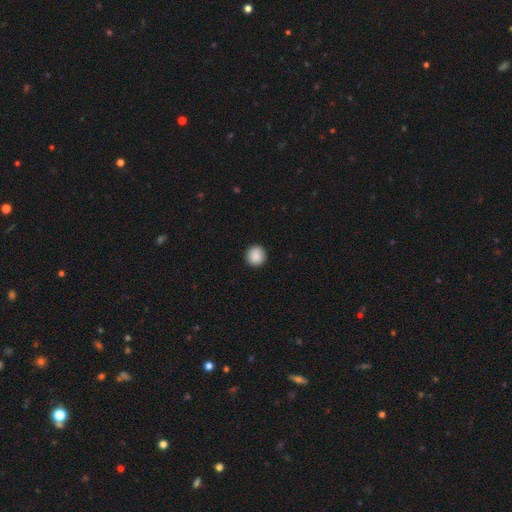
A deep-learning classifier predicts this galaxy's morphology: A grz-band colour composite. It shows a smooth galaxy with no disk features (89%) that is round (94%). Merging: none (92%).